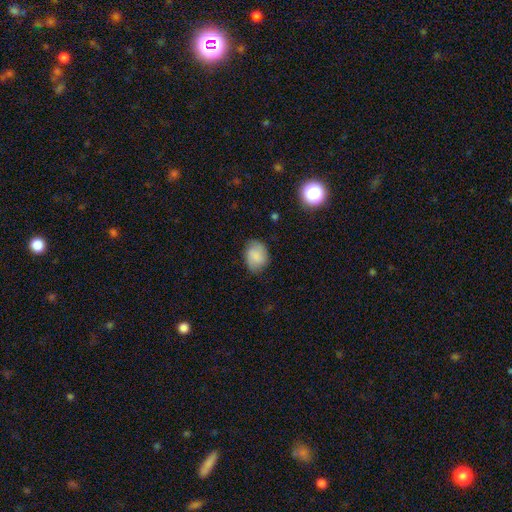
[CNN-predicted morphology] smooth_or_featured: smooth (p=0.81) [alt: featured or disk p=0.12]
how_rounded: in between (p=0.61) [alt: round p=0.38]
merging: none (p=0.74) [alt: minor disturbance p=0.21]